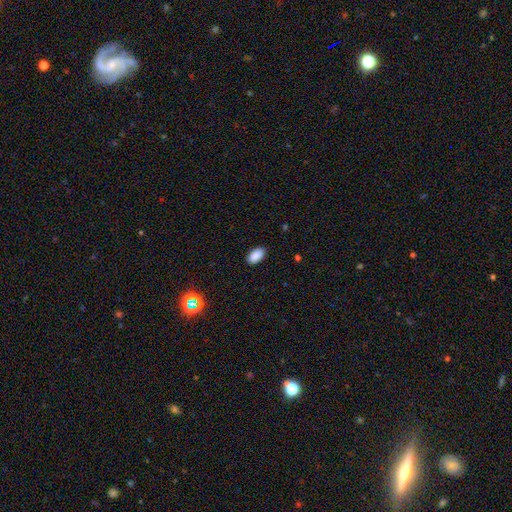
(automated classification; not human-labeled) This appears to be a smooth galaxy with no disk features (88%) that is in between round and cigar-shaped (94%). Merging: none (88%).